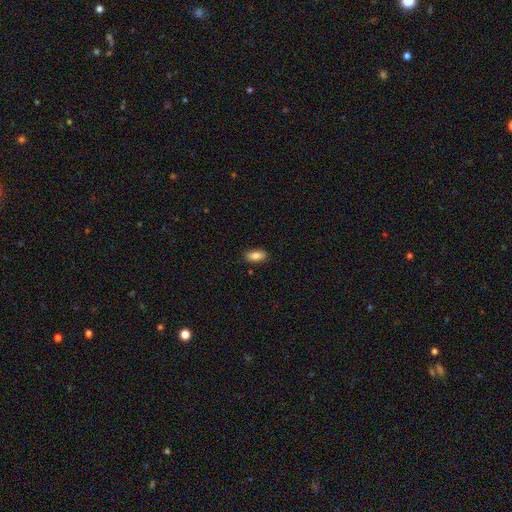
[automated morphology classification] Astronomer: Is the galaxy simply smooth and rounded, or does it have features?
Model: smooth — 85%.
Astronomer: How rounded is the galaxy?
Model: in between — 86%.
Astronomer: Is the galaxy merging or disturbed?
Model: none — 88%.